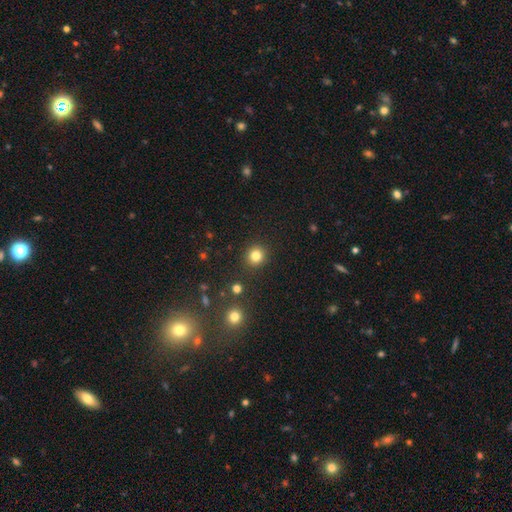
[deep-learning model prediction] The model was most divided on "smooth or featured": smooth: 82%, star or artifact: 13%, featured or disk: 5%. More confident: merging — none (90%); how rounded — round (90%).